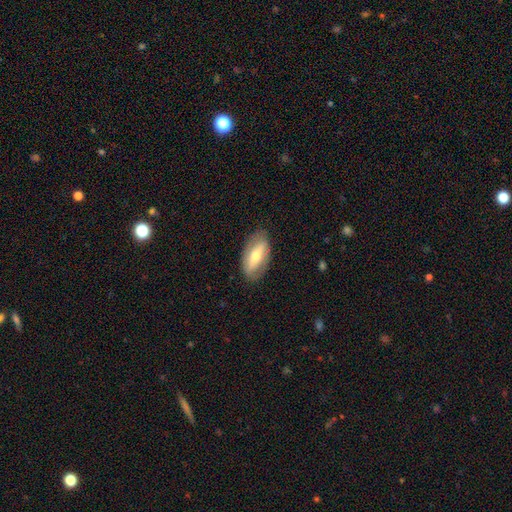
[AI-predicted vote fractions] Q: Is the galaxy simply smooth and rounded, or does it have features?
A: smooth — 50%.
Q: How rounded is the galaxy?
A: in between — 87%.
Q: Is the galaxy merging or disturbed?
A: none — 82%.